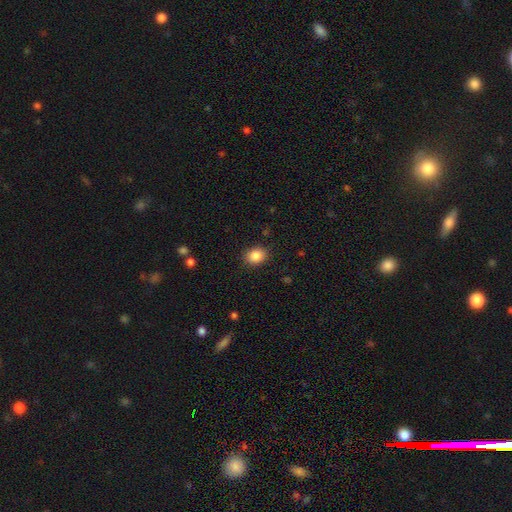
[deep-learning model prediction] The model was most divided on "how rounded": in between: 51%, round: 48%, cigar-shaped: 1%. More confident: merging — none (88%); smooth or featured — smooth (86%).